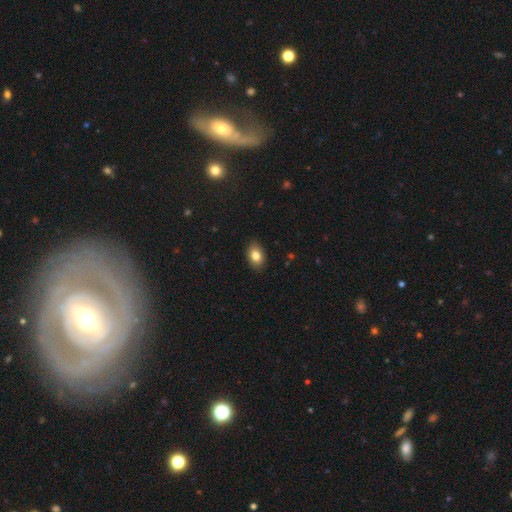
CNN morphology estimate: Q: Smooth or featured?
A: smooth (82%); runner-up: featured or disk (10%)
Q: How rounded?
A: in between (83%); runner-up: round (16%)
Q: Merging?
A: none (87%); runner-up: minor disturbance (10%)